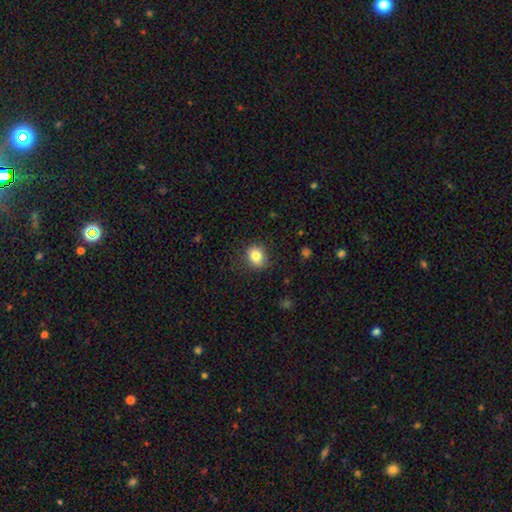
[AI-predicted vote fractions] This appears to be a smooth galaxy with no disk features (83%) that is round (67%). Merging: none (83%).